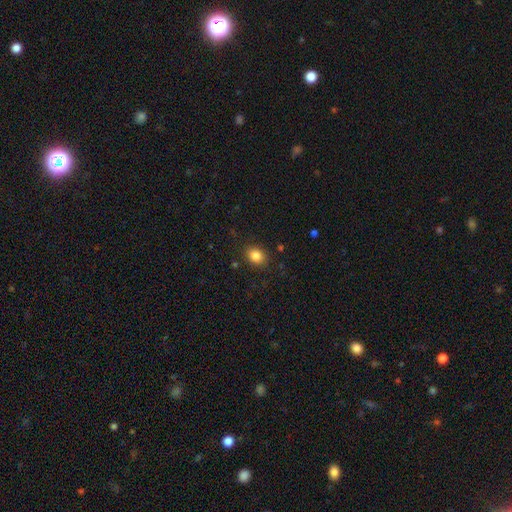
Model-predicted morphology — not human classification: smooth 85%, star or artifact 10%, featured or disk 5%. Down the decision tree: how rounded — in between (53%); merging — none (87%).